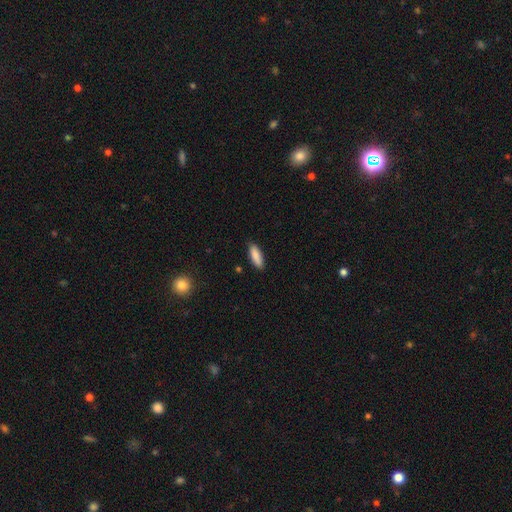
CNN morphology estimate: smooth_or_featured: smooth (p=0.88) [alt: featured or disk p=0.06]
how_rounded: in between (p=0.53) [alt: cigar-shaped p=0.45]
merging: none (p=0.87) [alt: minor disturbance p=0.10]